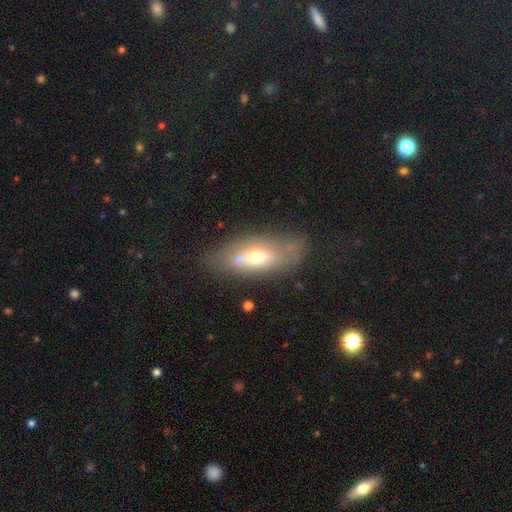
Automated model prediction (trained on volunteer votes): smooth-or-featured: smooth: 51% | featured or disk: 40% | star or artifact: 9%
  how-rounded: in between: 78% | cigar-shaped: 19% | round: 4%
  merging: none: 58% | minor disturbance: 22% | merger: 10% | major disturbance: 10%